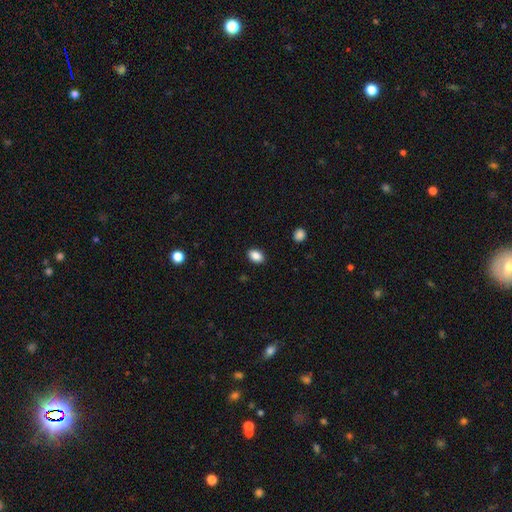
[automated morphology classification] Q: Smooth or featured?
A: smooth (88%); runner-up: star or artifact (9%)
Q: How rounded?
A: in between (81%); runner-up: round (18%)
Q: Merging?
A: none (89%); runner-up: minor disturbance (8%)